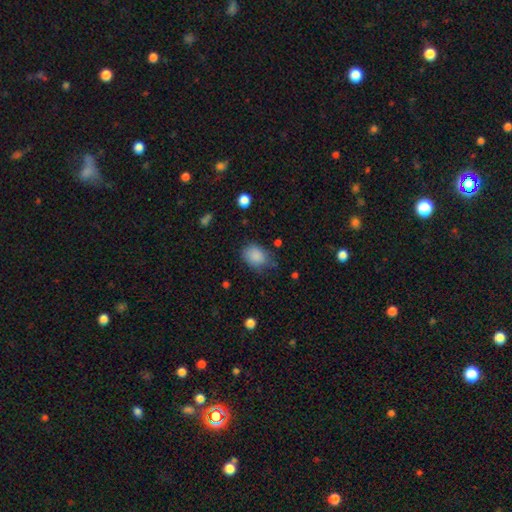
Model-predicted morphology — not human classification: A smooth galaxy with no disk features (86%) that is in between round and cigar-shaped (62%).

Vote fractions:
- Smooth or featured? smooth: 86% / star or artifact: 8% / featured or disk: 5%
- How rounded? in between: 62% / round: 37% / cigar-shaped: 1%
- Merging? none: 60% / minor disturbance: 29% / major disturbance: 9% / merger: 2%